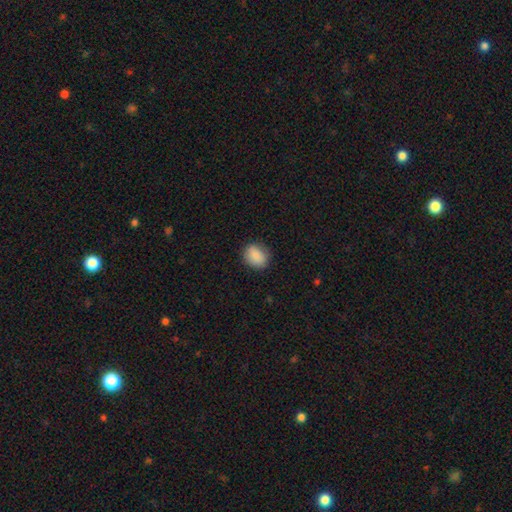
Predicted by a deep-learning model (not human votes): Smooth or featured?
  - smooth: 88% *
  - star or artifact: 7%
  - featured or disk: 5%
How rounded?
  - in between: 55% *
  - round: 43%
  - cigar-shaped: 1%
Merging?
  - none: 83% *
  - minor disturbance: 13%
  - major disturbance: 3%
  - merger: 1%